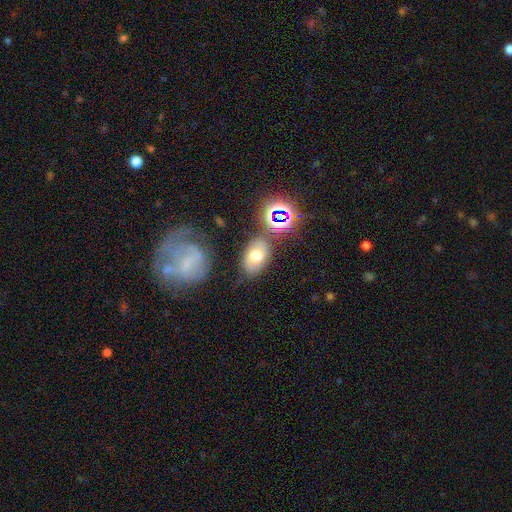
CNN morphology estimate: type=smooth (60%); roundness=in between (86%); merging=none (70%).